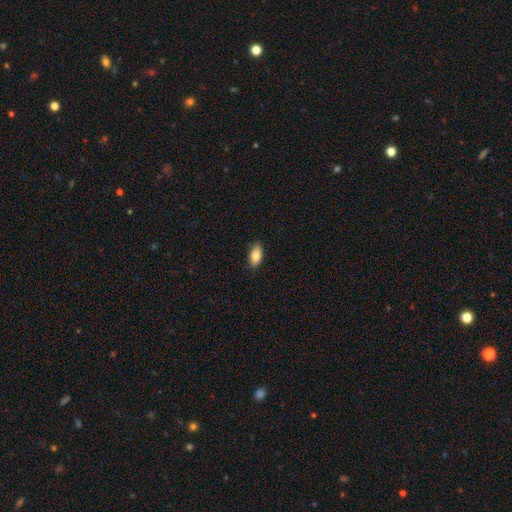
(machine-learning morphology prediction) smooth 84%, featured or disk 9%, star or artifact 7%. Down the decision tree: how rounded — in between (92%); merging — none (89%).